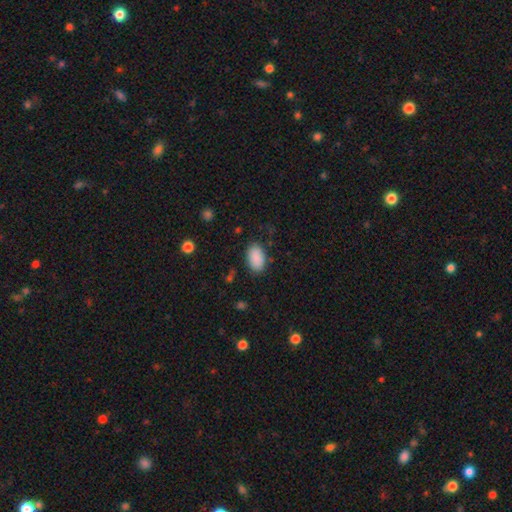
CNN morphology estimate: smooth-or-featured: smooth: 90% | star or artifact: 7% | featured or disk: 4%
  how-rounded: in between: 93% | round: 5% | cigar-shaped: 1%
  merging: none: 84% | minor disturbance: 11% | major disturbance: 3% | merger: 1%